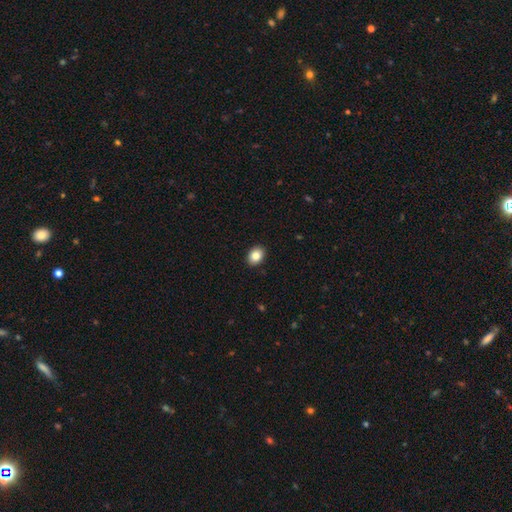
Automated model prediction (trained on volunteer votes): This appears to be a smooth galaxy with no disk features (86%) that is in between round and cigar-shaped (69%). Merging: none (91%).